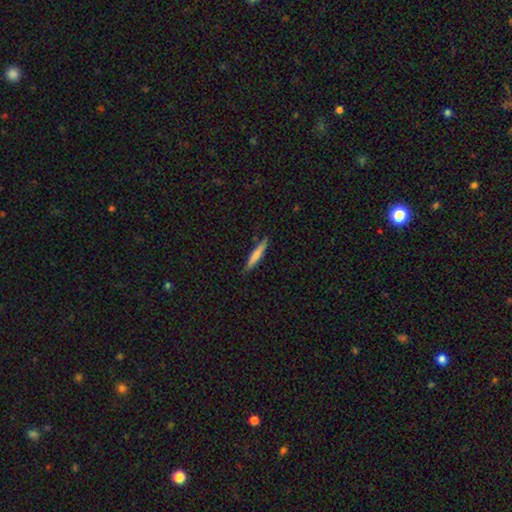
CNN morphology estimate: Smooth or featured? smooth (68%)
How rounded? cigar-shaped (93%)
Merging? none (87%)